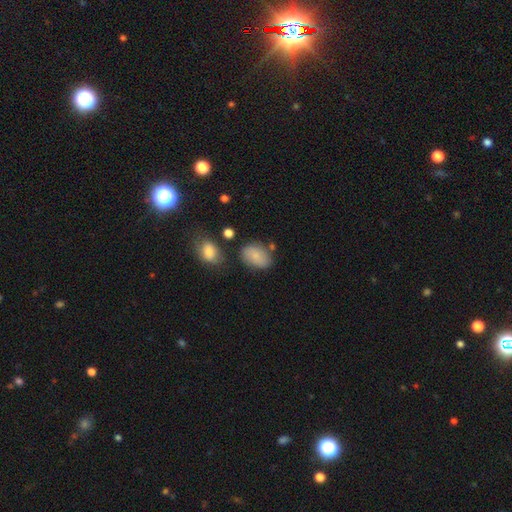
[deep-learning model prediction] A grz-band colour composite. It shows a smooth galaxy with no disk features (79%) that is in between round and cigar-shaped (81%). Merging: none (68%).